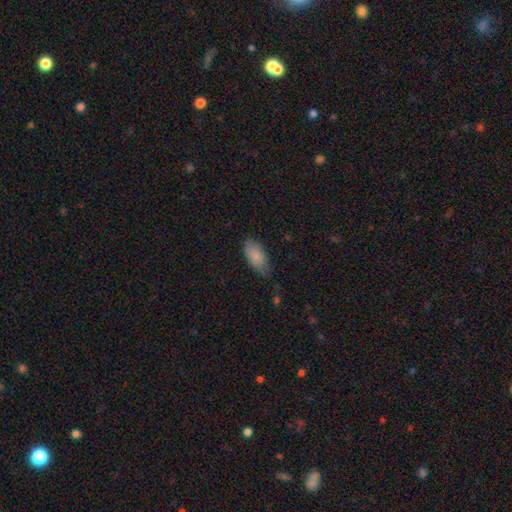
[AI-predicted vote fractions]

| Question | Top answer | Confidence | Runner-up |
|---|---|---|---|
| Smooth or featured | smooth | 85% | featured or disk (9%) |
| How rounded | in between | 92% | cigar-shaped (6%) |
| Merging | none | 67% | minor disturbance (27%) |